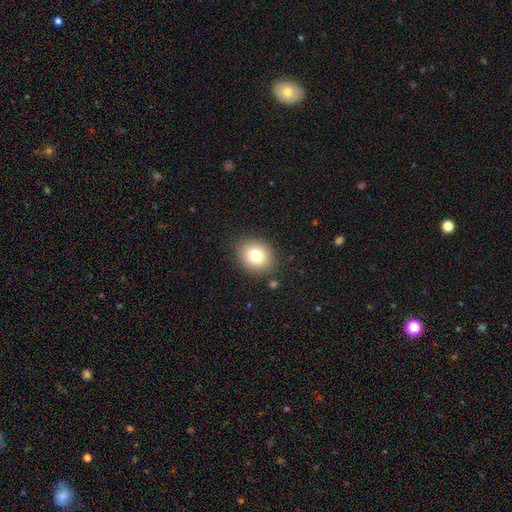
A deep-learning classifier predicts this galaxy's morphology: smooth_or_featured: smooth (p=0.79) [alt: featured or disk p=0.11]
how_rounded: round (p=0.57) [alt: in between p=0.43]
merging: none (p=0.86) [alt: minor disturbance p=0.09]